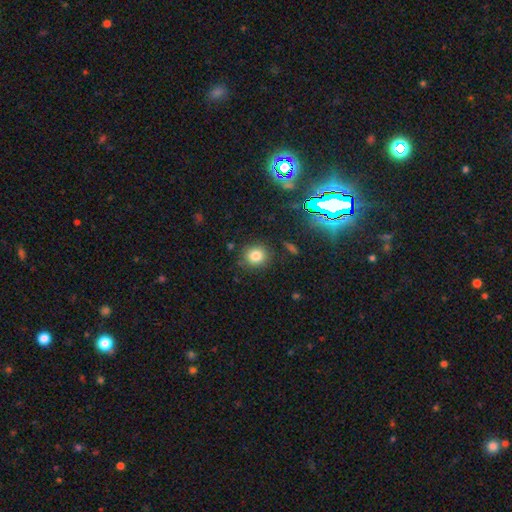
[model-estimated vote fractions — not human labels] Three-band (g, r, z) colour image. It shows a smooth galaxy with no disk features (80%) that is round (86%). Merging: none (86%).